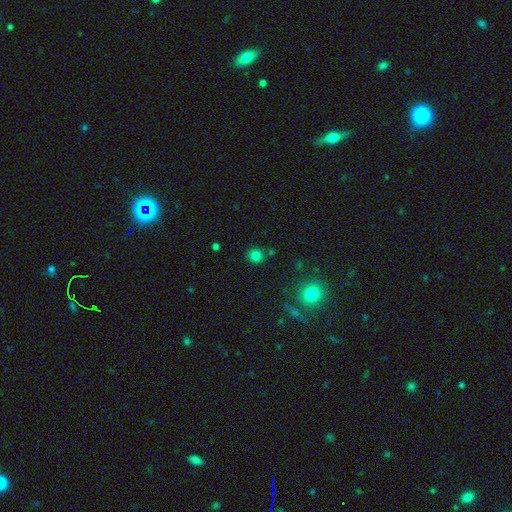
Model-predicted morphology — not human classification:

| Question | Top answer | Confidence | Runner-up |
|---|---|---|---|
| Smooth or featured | smooth | 79% | star or artifact (16%) |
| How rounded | round | 89% | in between (10%) |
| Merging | none | 83% | minor disturbance (8%) |